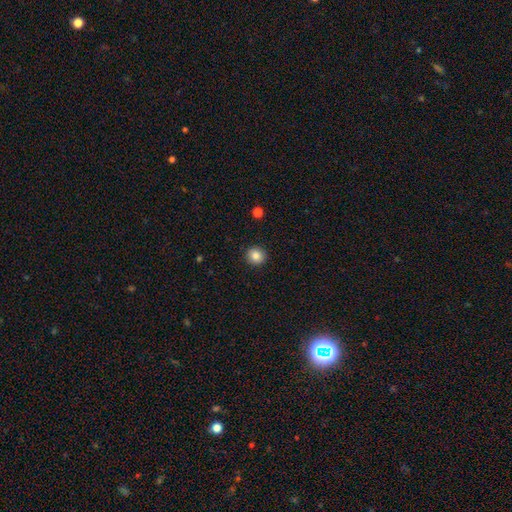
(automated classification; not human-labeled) smooth-or-featured: smooth: 85% | star or artifact: 9% | featured or disk: 5%
  how-rounded: round: 91% | in between: 8% | cigar-shaped: 1%
  merging: none: 92% | minor disturbance: 5% | major disturbance: 2% | merger: 1%